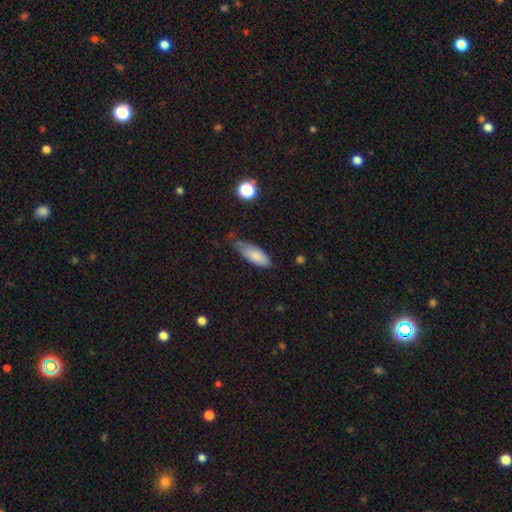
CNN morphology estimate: Overall: smooth (80%). How rounded: in between (74%). Merging: none (46%; minor disturbance 42%).